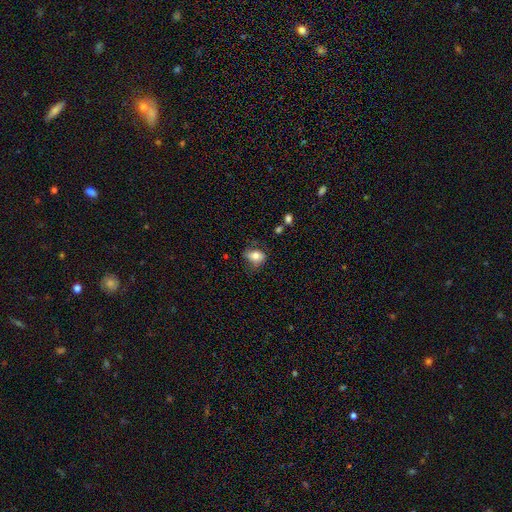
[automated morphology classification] A smooth galaxy with no disk features (72%) that is in between round and cigar-shaped (70%).

Vote fractions:
- Smooth or featured? smooth: 72% / featured or disk: 19% / star or artifact: 9%
- How rounded? in between: 70% / round: 28% / cigar-shaped: 2%
- Merging? none: 55% / minor disturbance: 30% / major disturbance: 12% / merger: 3%